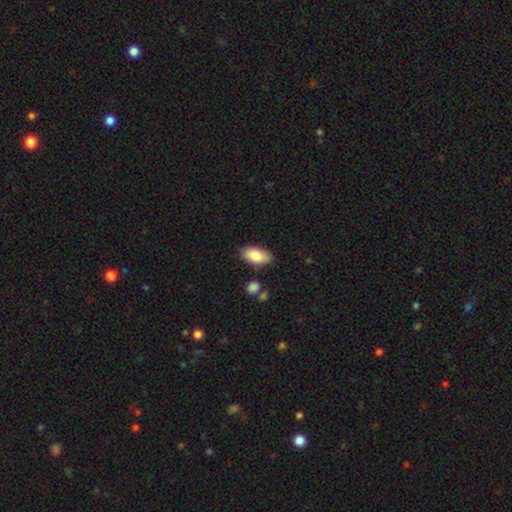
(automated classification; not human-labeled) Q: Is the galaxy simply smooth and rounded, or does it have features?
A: smooth — 86%.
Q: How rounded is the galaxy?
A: in between — 93%.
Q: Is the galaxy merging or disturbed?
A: none — 81%.